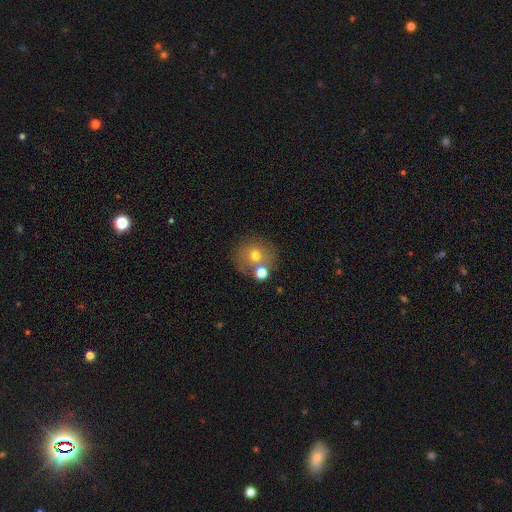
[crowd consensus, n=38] Smooth or featured?
  - smooth: 79% *
  - featured or disk: 16%
  - star or artifact: 5%
How rounded?
  - round: 87% *
  - in between: 13%
  - cigar-shaped: 0%
Merging?
  - none: 61% *
  - merger: 25%
  - minor disturbance: 11%
  - major disturbance: 3%